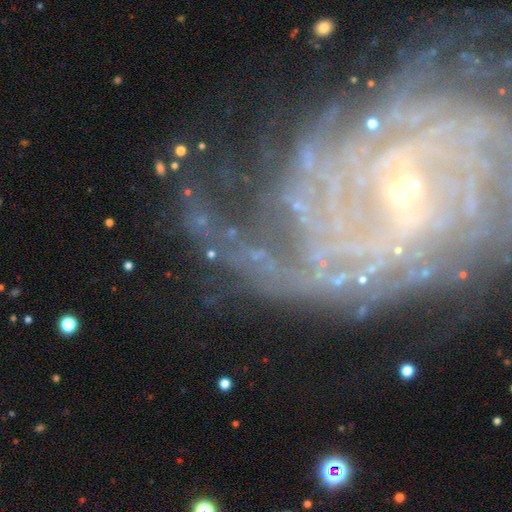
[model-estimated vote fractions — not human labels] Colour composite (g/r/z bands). It shows a featured or disk galaxy (75%) with no bar (58%), tight (56%) spiral arms (83%) and a small central bulge (66%). Merging: none (49%).